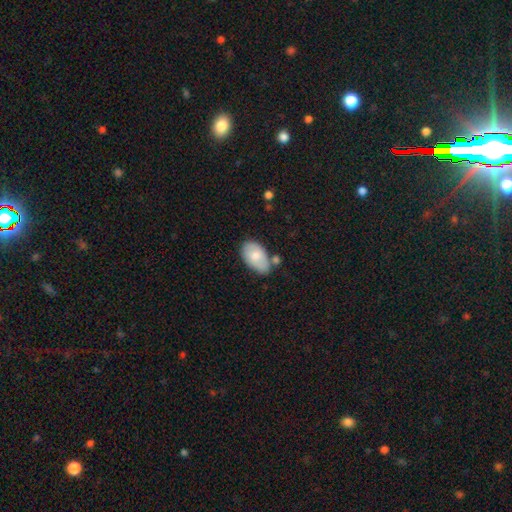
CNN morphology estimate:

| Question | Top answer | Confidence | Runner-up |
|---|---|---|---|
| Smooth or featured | smooth | 74% | featured or disk (20%) |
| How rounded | in between | 93% | round (5%) |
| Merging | none | 61% | minor disturbance (22%) |